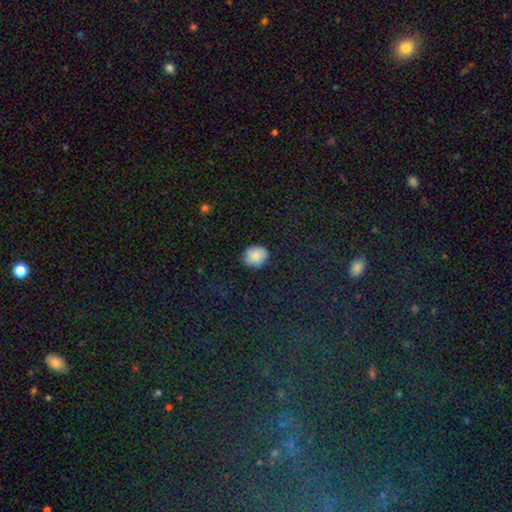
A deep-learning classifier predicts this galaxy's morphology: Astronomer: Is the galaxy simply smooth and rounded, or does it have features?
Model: smooth — 83%.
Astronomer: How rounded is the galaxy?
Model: round — 71%.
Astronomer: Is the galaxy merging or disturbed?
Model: none — 82%.